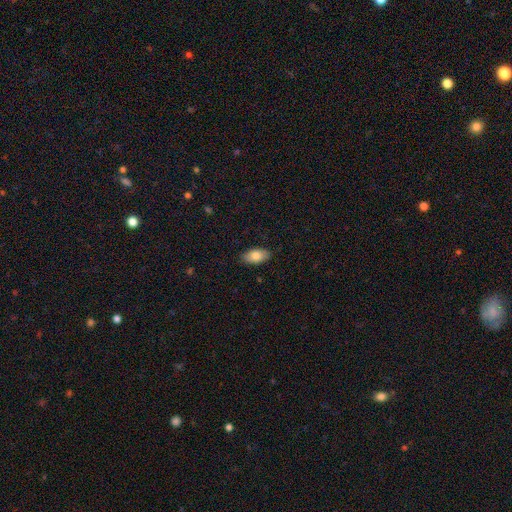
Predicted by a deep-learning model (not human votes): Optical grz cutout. It shows a smooth galaxy with no disk features (82%) that is in between round and cigar-shaped (93%). Merging: none (87%).